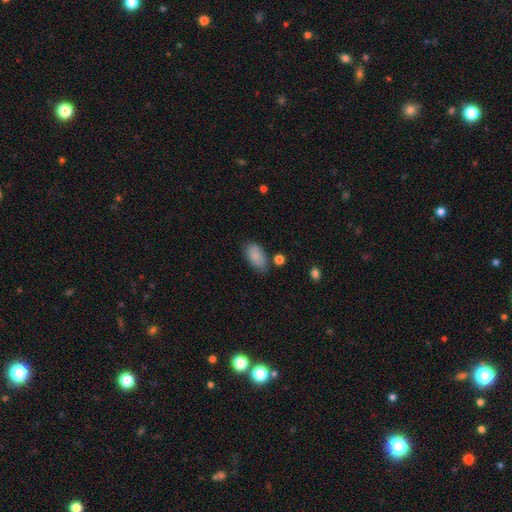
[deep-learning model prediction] Overall: smooth (86%). How rounded: in between (93%). Merging: none (69%).